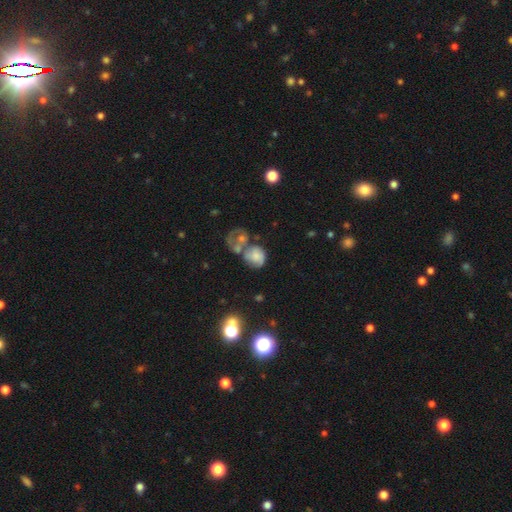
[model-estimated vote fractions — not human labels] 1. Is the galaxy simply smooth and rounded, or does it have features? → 52% smooth, 37% featured or disk, 11% star or artifact.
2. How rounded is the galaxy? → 54% round, 45% in between, 1% cigar-shaped.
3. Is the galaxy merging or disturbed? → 50% merger, 23% none, 14% major disturbance, 13% minor disturbance.